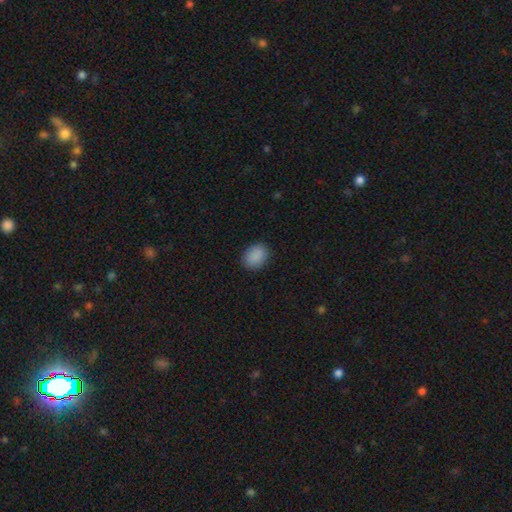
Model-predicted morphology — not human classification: smooth-or-featured: smooth: 89% | star or artifact: 8% | featured or disk: 3%
  how-rounded: in between: 65% | round: 34% | cigar-shaped: 1%
  merging: none: 87% | minor disturbance: 10% | major disturbance: 2% | merger: 1%